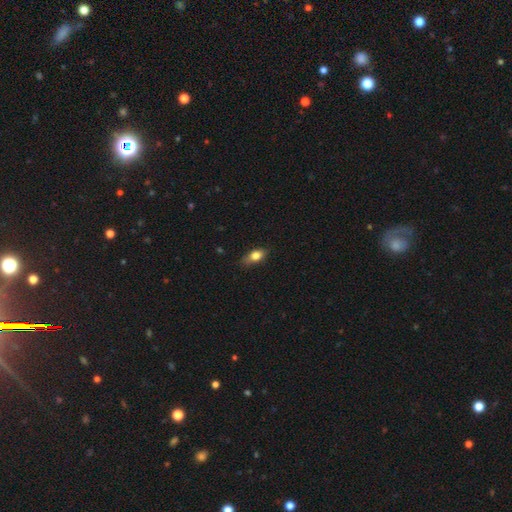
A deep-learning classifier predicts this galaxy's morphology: A smooth galaxy with no disk features (76%) that is in between round and cigar-shaped (79%).

Vote fractions:
- Smooth or featured? smooth: 76% / featured or disk: 16% / star or artifact: 8%
- How rounded? in between: 79% / cigar-shaped: 12% / round: 9%
- Merging? none: 73% / minor disturbance: 22% / major disturbance: 4% / merger: 1%